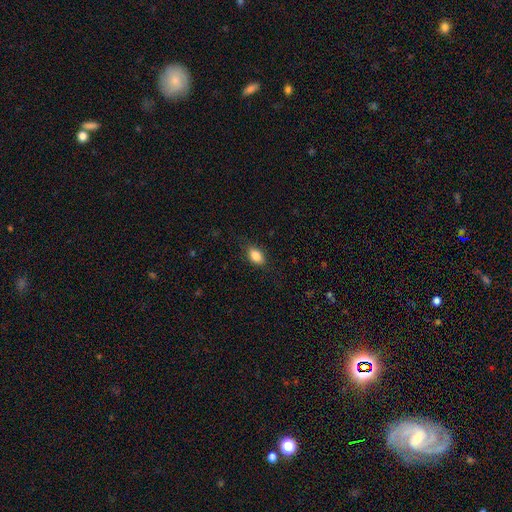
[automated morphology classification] Smooth or featured: smooth — 86% (star or artifact — 8%)
How rounded: in between — 86% (round — 11%)
Merging: none — 82% (minor disturbance — 13%)